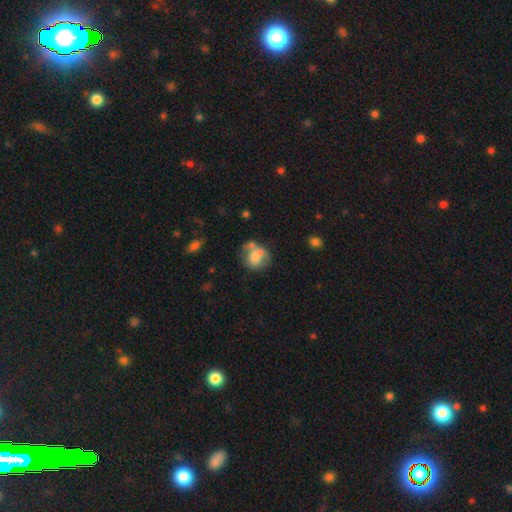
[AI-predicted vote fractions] Smooth or featured? Predicted: smooth (p=0.64). How rounded? Predicted: round (p=0.63). Merging? Predicted: none (p=0.39).